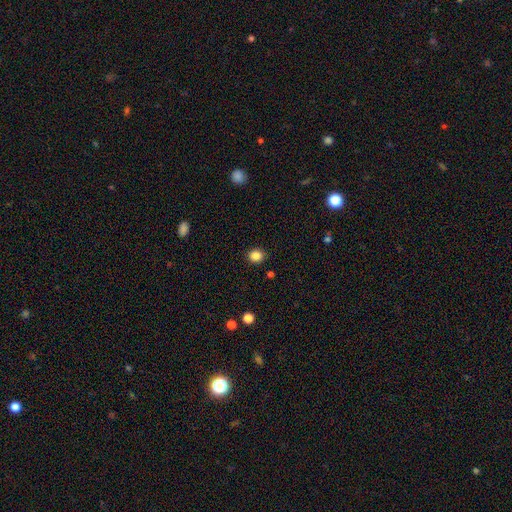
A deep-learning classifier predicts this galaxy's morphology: smooth-or-featured: smooth: 86% | star or artifact: 11% | featured or disk: 4%
  how-rounded: round: 74% | in between: 25% | cigar-shaped: 1%
  merging: none: 89% | minor disturbance: 8% | major disturbance: 2% | merger: 1%